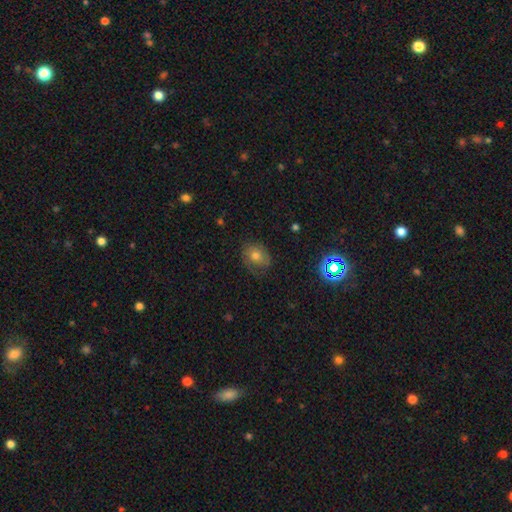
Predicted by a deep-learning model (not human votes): This appears to be a smooth galaxy with no disk features (55%) that is round (55%). Merging: none (67%).